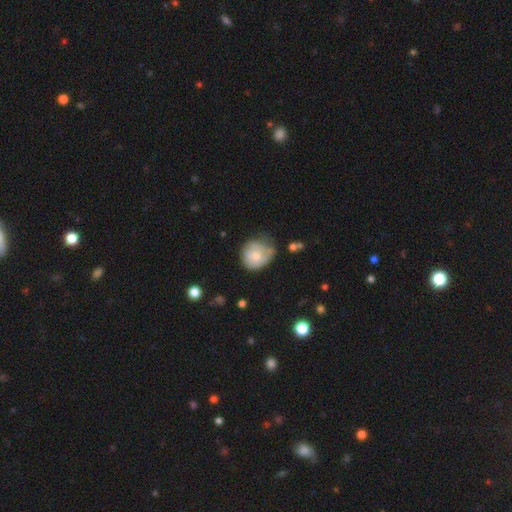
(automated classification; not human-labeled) Overall: smooth (64%; featured or disk 28%). How rounded: round (75%). Merging: none (39%, tied with minor disturbance).